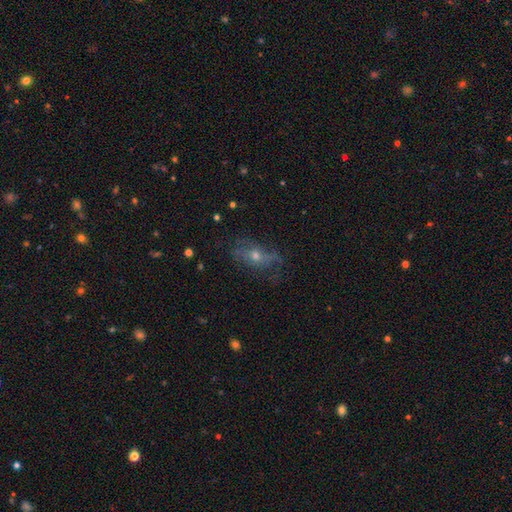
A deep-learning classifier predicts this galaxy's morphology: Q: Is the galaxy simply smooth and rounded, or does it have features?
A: featured or disk — 52%.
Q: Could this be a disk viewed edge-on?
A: no — 78%.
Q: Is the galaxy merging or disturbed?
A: none — 60%.